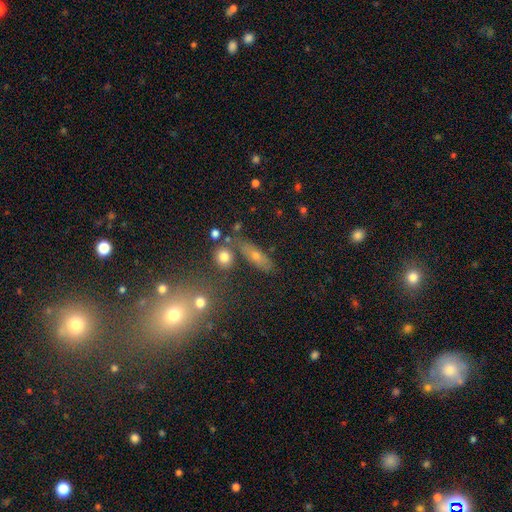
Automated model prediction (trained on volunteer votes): smooth_or_featured: smooth (p=0.56) [alt: featured or disk p=0.27]
how_rounded: cigar-shaped (p=0.48) [alt: in between p=0.41]
merging: none (p=0.73) [alt: minor disturbance p=0.13]